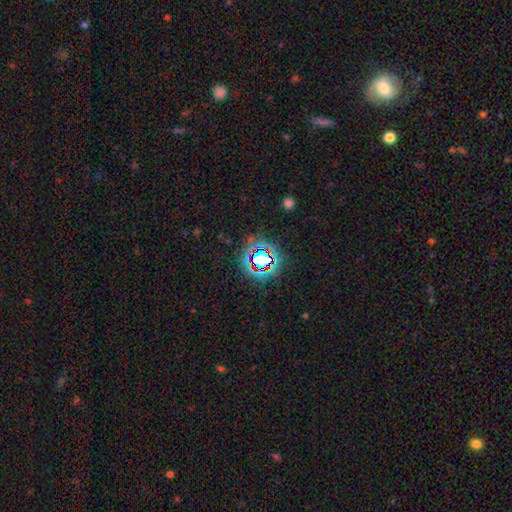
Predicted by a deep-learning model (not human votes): This is likely a star or artifact rather than a galaxy (77%).